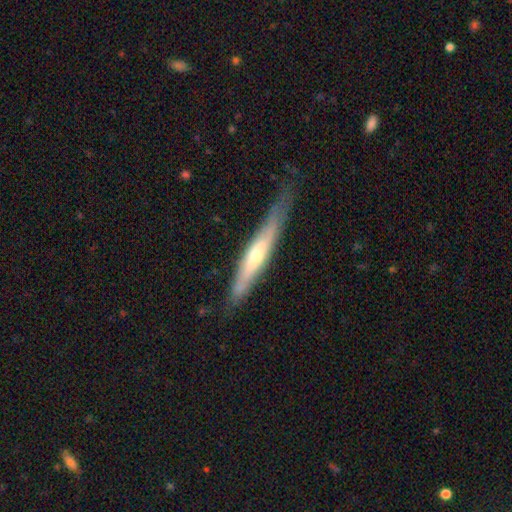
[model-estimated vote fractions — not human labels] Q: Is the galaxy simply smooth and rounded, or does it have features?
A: featured or disk — 60%.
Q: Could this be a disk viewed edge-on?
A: yes — 88%.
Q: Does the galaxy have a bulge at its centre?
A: rounded — 65%.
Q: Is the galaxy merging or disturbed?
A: none — 70%.